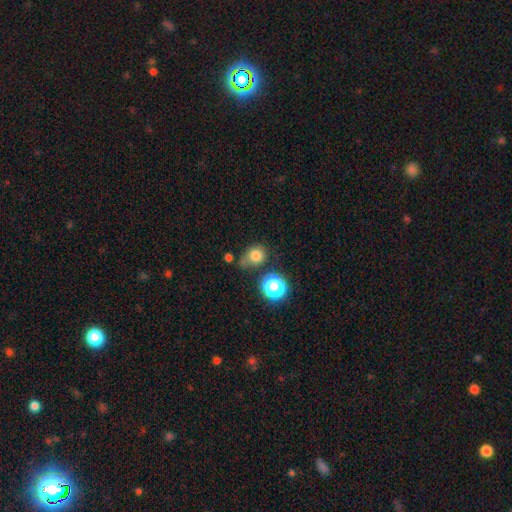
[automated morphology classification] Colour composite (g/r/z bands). It shows a smooth galaxy with no disk features (78%) that is round (71%). Merging: none (54%).